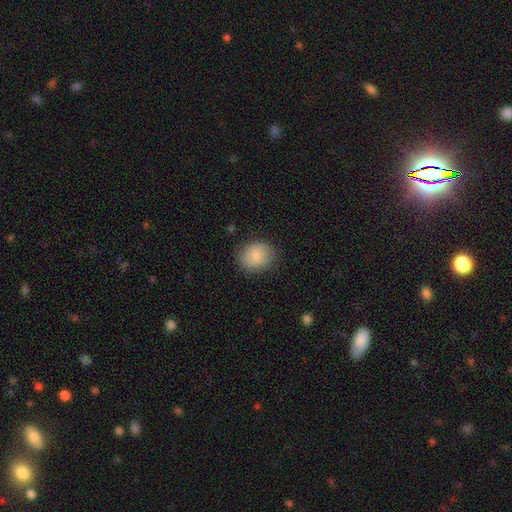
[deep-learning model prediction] smooth_or_featured: smooth (p=0.84) [alt: featured or disk p=0.09]
how_rounded: round (p=0.58) [alt: in between p=0.41]
merging: none (p=0.80) [alt: minor disturbance p=0.15]